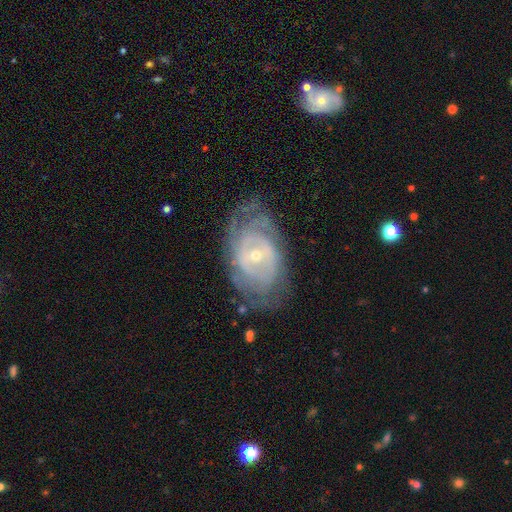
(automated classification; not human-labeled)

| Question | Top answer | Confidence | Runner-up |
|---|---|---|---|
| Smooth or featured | featured or disk | 82% | smooth (12%) |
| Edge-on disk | no | 95% | yes (5%) |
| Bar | no | 58% | weak (31%) |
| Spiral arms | yes | 82% | no (18%) |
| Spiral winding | tight | 69% | medium (23%) |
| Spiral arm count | can't tell | 50% | 2 (24%) |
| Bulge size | small | 66% | moderate (31%) |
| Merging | none | 67% | minor disturbance (21%) |